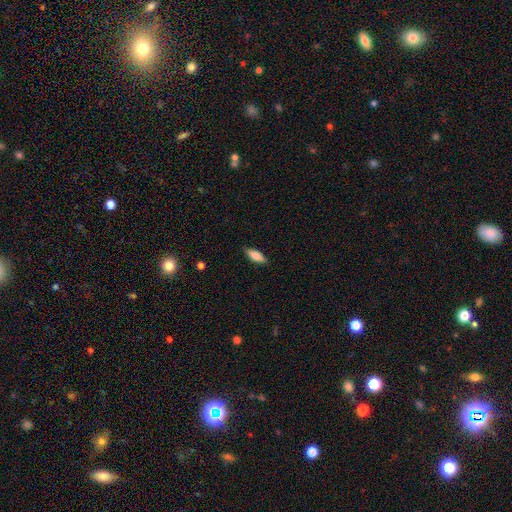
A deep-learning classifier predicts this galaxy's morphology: A smooth galaxy with no disk features (81%) that is in between round and cigar-shaped (65%).

Vote fractions:
- Smooth or featured? smooth: 81% / featured or disk: 13% / star or artifact: 7%
- How rounded? in between: 65% / cigar-shaped: 33% / round: 2%
- Merging? none: 85% / minor disturbance: 12% / major disturbance: 2% / merger: 1%